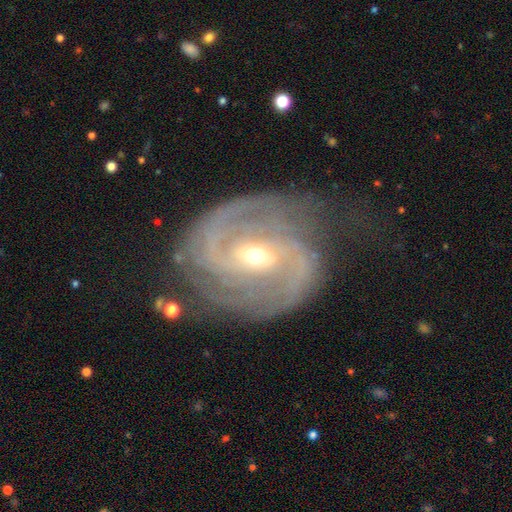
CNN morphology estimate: featured or disk 91%, star or artifact 5%, smooth 4%. Down the decision tree: edge-on disk — no (97%); bar — weak (48%); spiral arms — yes (98%); spiral arm count — 2 (52%); spiral winding — tight (59%); bulge size — small (49%); merging — none (66%).